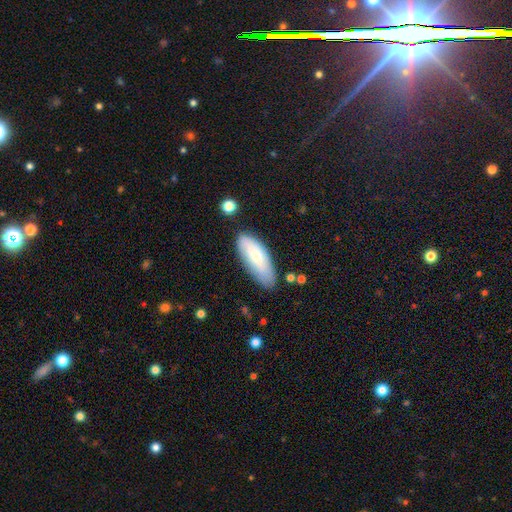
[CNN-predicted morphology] Q: Smooth or featured?
A: smooth (70%); runner-up: featured or disk (24%)
Q: How rounded?
A: in between (73%); runner-up: cigar-shaped (25%)
Q: Merging?
A: none (74%); runner-up: minor disturbance (19%)